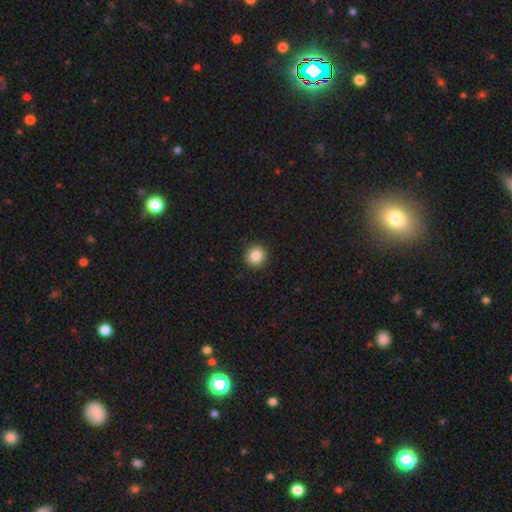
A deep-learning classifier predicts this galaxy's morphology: This appears to be a smooth galaxy with no disk features (85%) that is round (93%). Merging: none (91%).